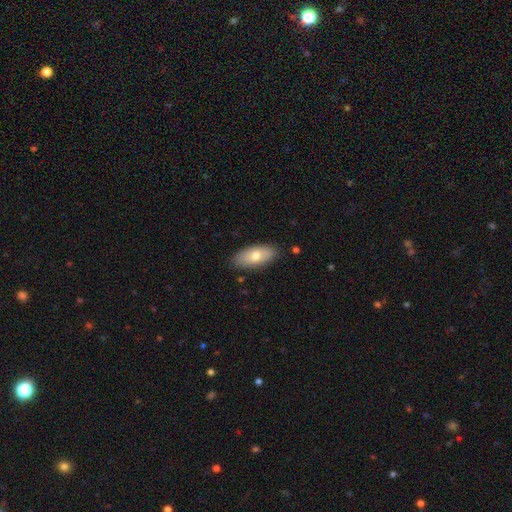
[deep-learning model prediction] This appears to be a smooth galaxy with no disk features (73%) that is in between round and cigar-shaped (87%). Merging: none (85%).